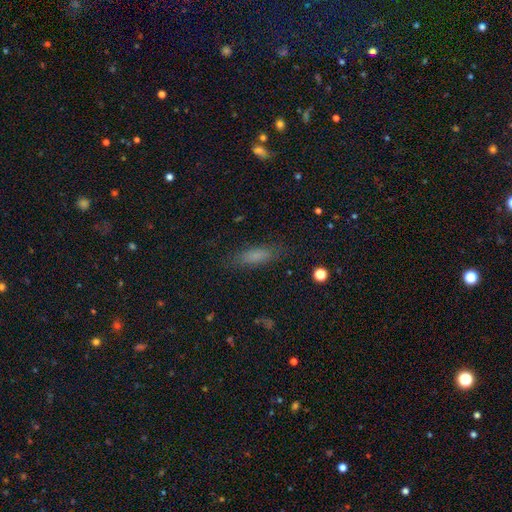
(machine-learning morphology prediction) Q: Smooth or featured?
A: smooth (74%); runner-up: star or artifact (13%)
Q: How rounded?
A: in between (50%); runner-up: cigar-shaped (47%)
Q: Merging?
A: none (81%); runner-up: minor disturbance (13%)